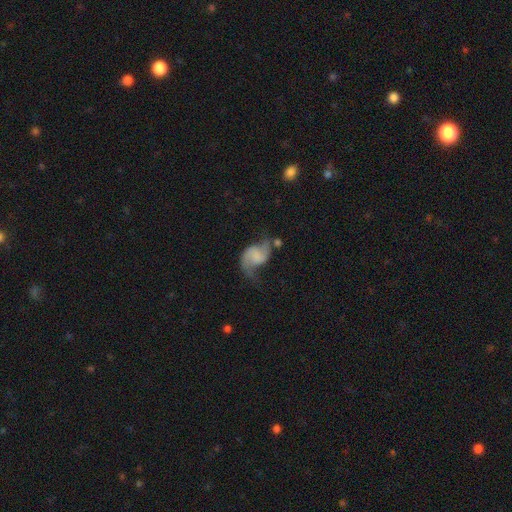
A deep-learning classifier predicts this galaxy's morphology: type=featured or disk (79%); edge-on=no (98%); bar=no (55%); spiral arms=yes (95%); winding=loose (67%); arm count=2 (90%); bulge=none (56%); merging=none (51%).